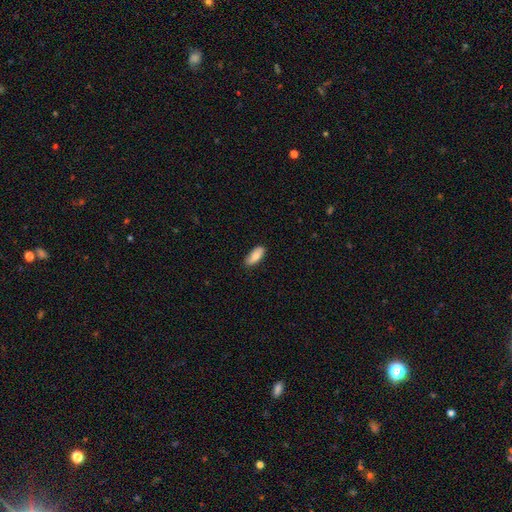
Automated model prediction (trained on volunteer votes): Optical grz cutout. It shows a smooth galaxy with no disk features (84%) that is in between round and cigar-shaped (82%). Merging: none (83%).